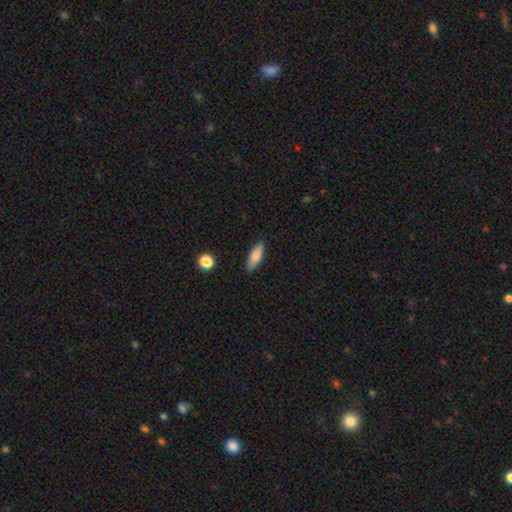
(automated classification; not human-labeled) smooth-or-featured: smooth: 81% | featured or disk: 12% | star or artifact: 7%
  how-rounded: in between: 49% (tied) | cigar-shaped: 49% (tied) | round: 2%
  merging: none: 87% | minor disturbance: 10% | major disturbance: 2% | merger: 1%